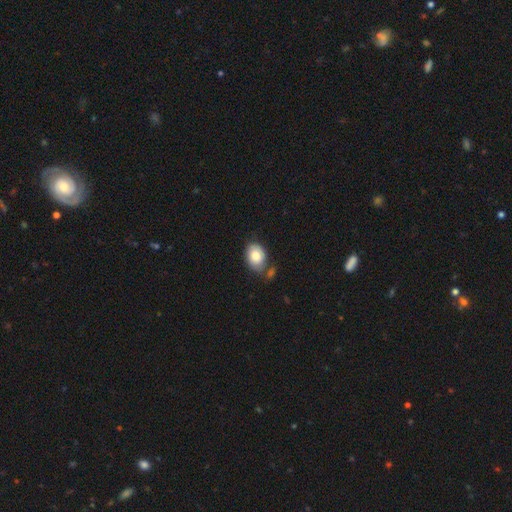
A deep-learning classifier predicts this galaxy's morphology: Overall: smooth (84%). How rounded: in between (71%). Merging: none (63%).